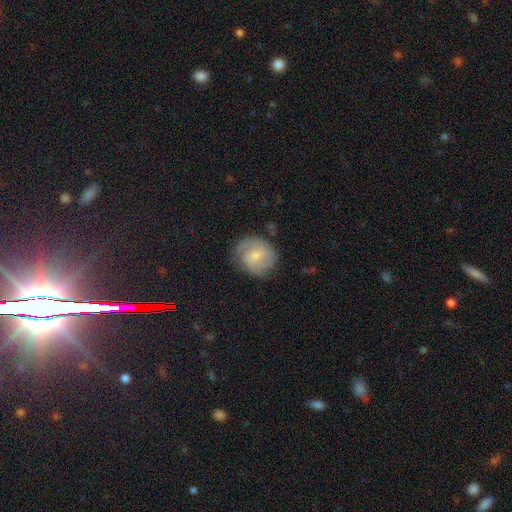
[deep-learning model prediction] smooth-or-featured: featured or disk: 64% | smooth: 29% | star or artifact: 6%
  disk-edge-on: no: 98% | yes: 2%
    bar: no: 48% | weak: 45% | strong: 7%
    has-spiral-arms: yes: 91% | no: 9%
      spiral-winding: tight: 48% | medium: 39% | loose: 13%
      spiral-arm-count: 2: 56% | can't tell: 20% | 3: 11% | 1: 9% | 4: 2% | more than 4: 2%
    bulge-size: small: 55% | moderate: 38% | none: 4% | large: 2% | dominant: 1%
  merging: none: 72% | minor disturbance: 20% | major disturbance: 7% | merger: 2%